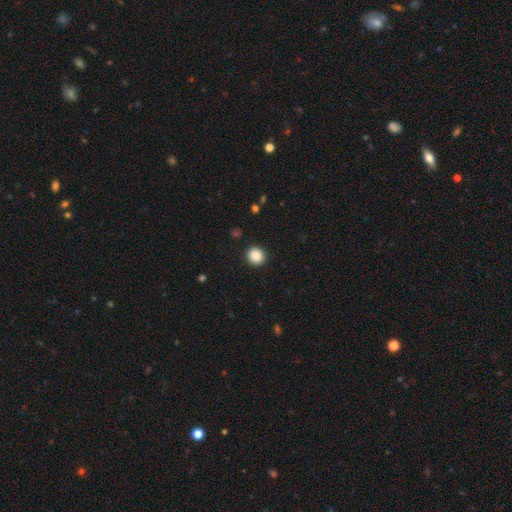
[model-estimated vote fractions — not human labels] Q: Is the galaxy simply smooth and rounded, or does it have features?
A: smooth — 88%.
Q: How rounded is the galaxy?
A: round — 87%.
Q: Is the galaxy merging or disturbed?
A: none — 92%.